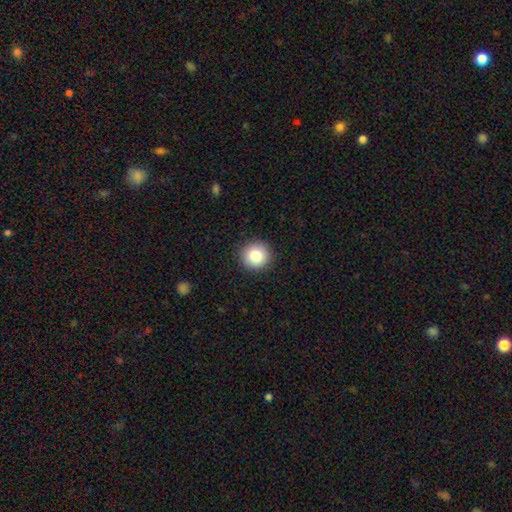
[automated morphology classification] smooth-or-featured: smooth: 82% | star or artifact: 10% | featured or disk: 8%
  how-rounded: round: 94% | in between: 5% | cigar-shaped: 1%
  merging: none: 92% | minor disturbance: 5% | major disturbance: 2% | merger: 1%